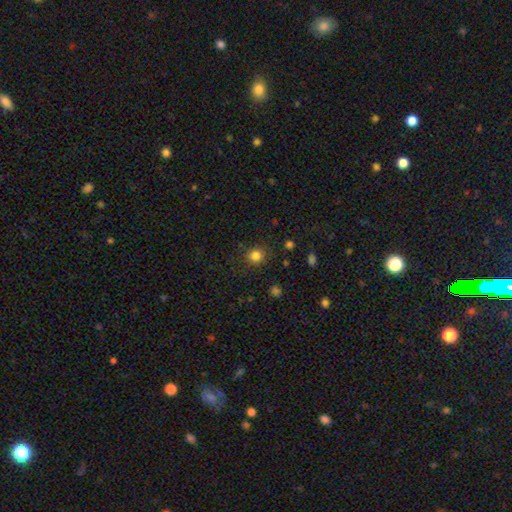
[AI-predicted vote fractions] A smooth galaxy with no disk features (82%) that is round (88%). Merging: none (87%).